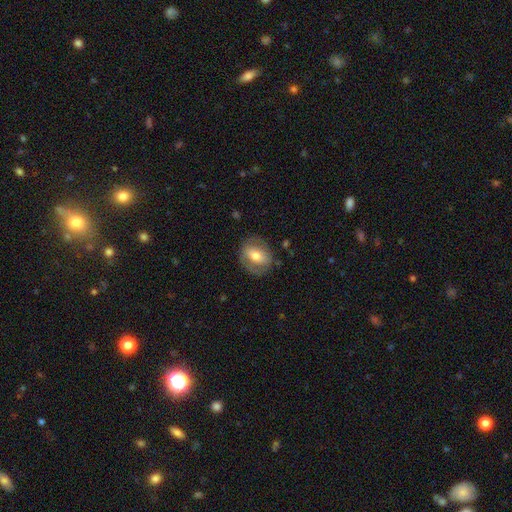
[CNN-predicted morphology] featured or disk 49%, smooth 44%, star or artifact 7%. Down the decision tree: merging — none (78%).